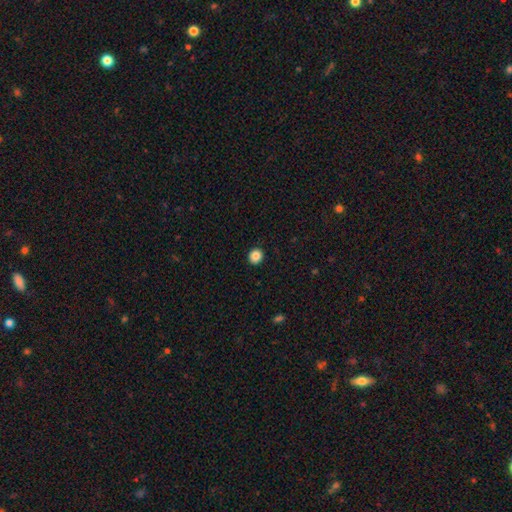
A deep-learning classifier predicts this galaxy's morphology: This appears to be a smooth galaxy with no disk features (86%) that is round (84%). Merging: none (92%).